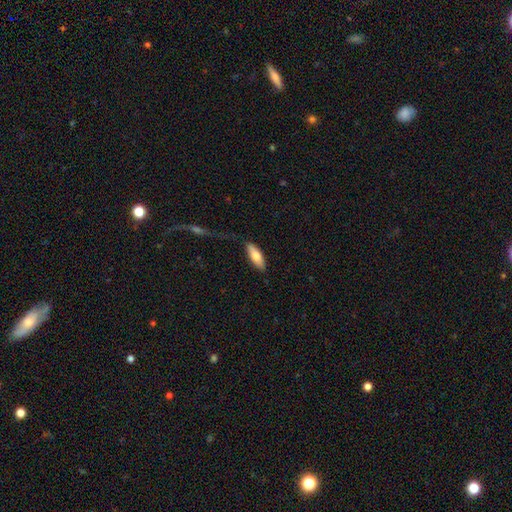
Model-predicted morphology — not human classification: Q: Smooth or featured?
A: smooth (74%); runner-up: featured or disk (20%)
Q: How rounded?
A: in between (66%); runner-up: cigar-shaped (32%)
Q: Merging?
A: none (81%); runner-up: minor disturbance (13%)